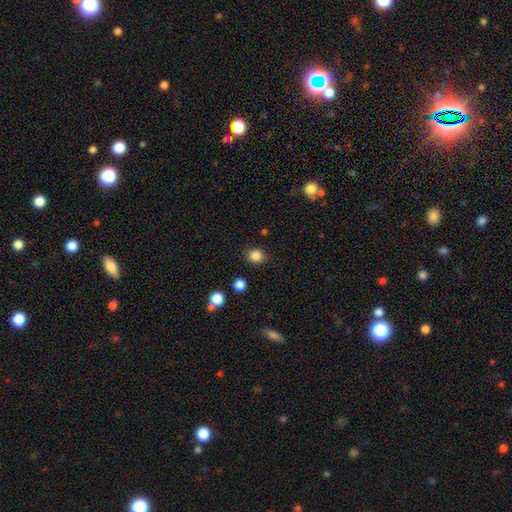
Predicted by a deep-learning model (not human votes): Smooth or featured?
  - smooth: 85% *
  - star or artifact: 11%
  - featured or disk: 4%
How rounded?
  - round: 81% *
  - in between: 18%
  - cigar-shaped: 1%
Merging?
  - none: 88% *
  - minor disturbance: 8%
  - major disturbance: 2%
  - merger: 2%